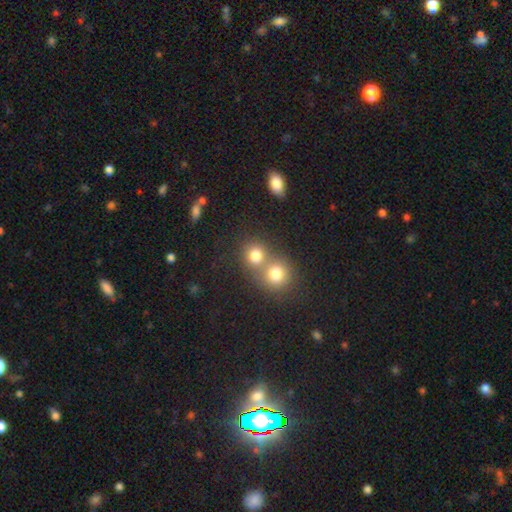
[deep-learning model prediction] smooth_or_featured: smooth (p=0.78) [alt: star or artifact p=0.13]
how_rounded: round (p=0.83) [alt: in between p=0.16]
merging: merger (p=0.51) [alt: none p=0.40]